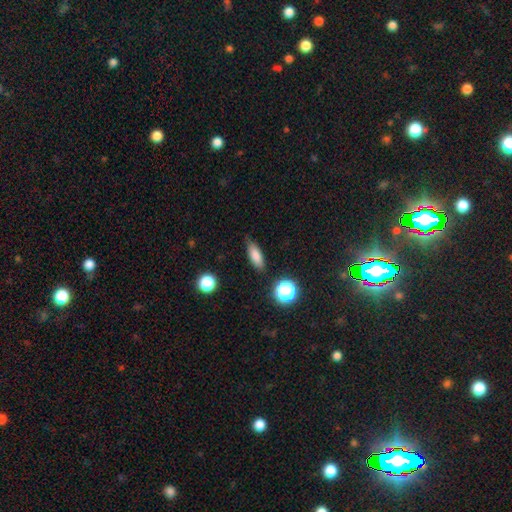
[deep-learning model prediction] A smooth galaxy with no disk features (80%) that is in between round and cigar-shaped (63%). Merging: none (80%).